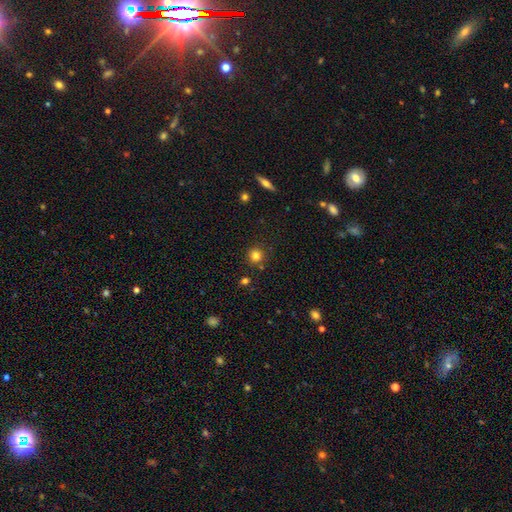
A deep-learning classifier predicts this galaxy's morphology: Q: Smooth or featured?
A: smooth (80%); runner-up: star or artifact (14%)
Q: How rounded?
A: round (93%); runner-up: in between (6%)
Q: Merging?
A: none (84%); runner-up: minor disturbance (8%)